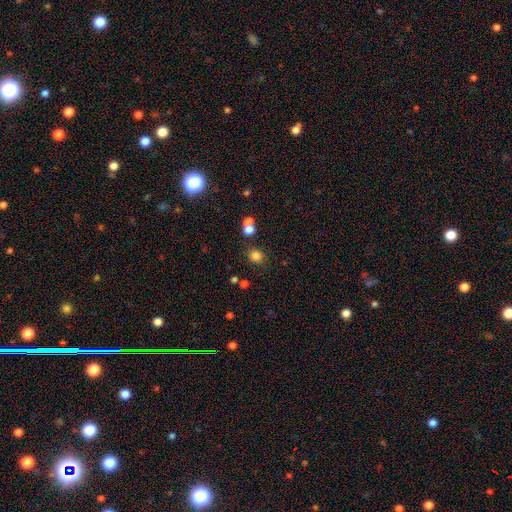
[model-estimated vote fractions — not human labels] This appears to be a smooth galaxy with no disk features (80%) that is round (77%). Merging: none (77%).